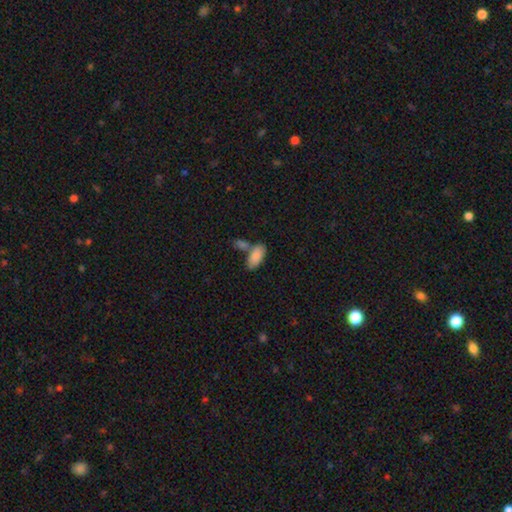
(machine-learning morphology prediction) smooth-or-featured: smooth: 87% | featured or disk: 7% | star or artifact: 6%
  how-rounded: in between: 91% | cigar-shaped: 7% | round: 2%
  merging: none: 49% | merger: 33% | minor disturbance: 13% | major disturbance: 5%